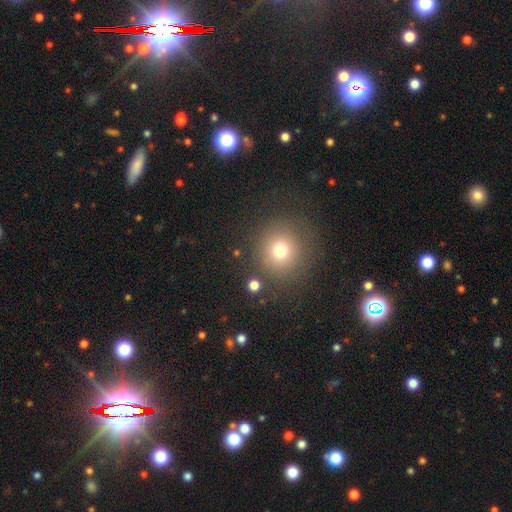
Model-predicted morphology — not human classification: Smooth or featured? Predicted: smooth (p=0.47). Merging? Predicted: none (p=0.89).